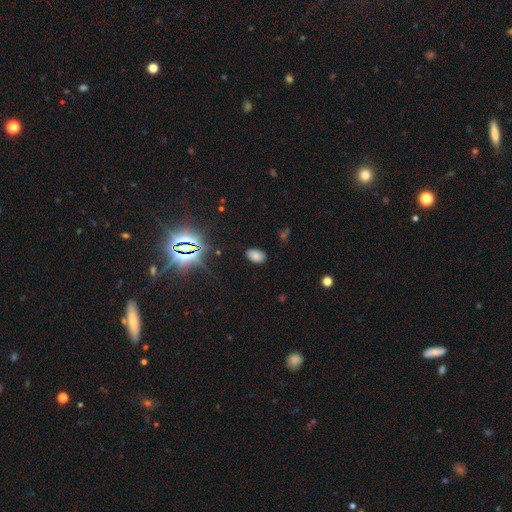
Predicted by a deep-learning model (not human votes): This is likely a smooth galaxy (71%). How rounded: clearly in between (89%). Merging: clearly none (84%).